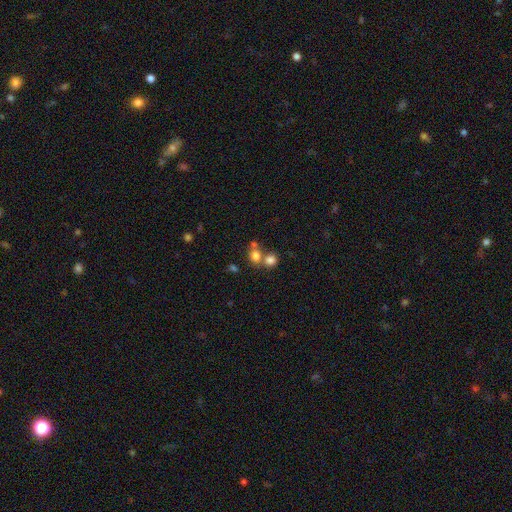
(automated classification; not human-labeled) smooth-or-featured: smooth: 76% | star or artifact: 14% | featured or disk: 10%
  how-rounded: round: 72% | in between: 27% | cigar-shaped: 1%
  merging: none: 47% | merger: 41% | minor disturbance: 8% | major disturbance: 4%